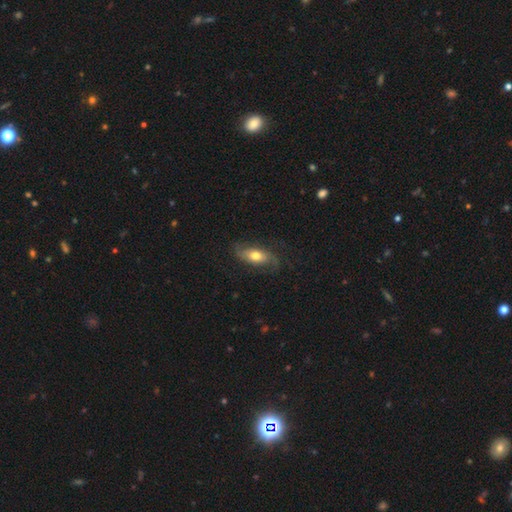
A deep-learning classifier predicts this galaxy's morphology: featured or disk 52%, smooth 41%, star or artifact 6%. Down the decision tree: edge-on disk — no (84%); merging — none (67%).